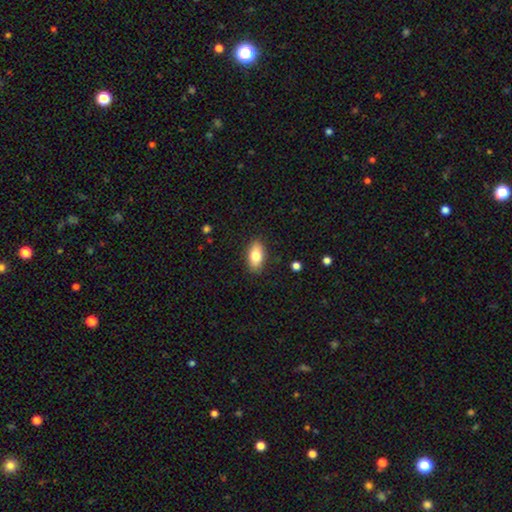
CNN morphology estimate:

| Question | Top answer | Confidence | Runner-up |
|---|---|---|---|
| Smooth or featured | smooth | 79% | featured or disk (13%) |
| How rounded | in between | 89% | cigar-shaped (6%) |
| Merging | none | 87% | minor disturbance (9%) |